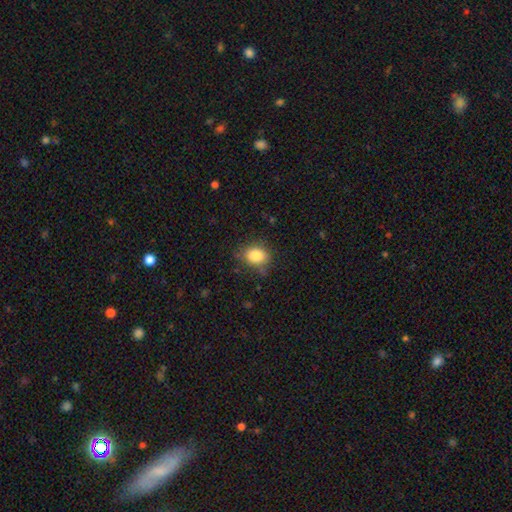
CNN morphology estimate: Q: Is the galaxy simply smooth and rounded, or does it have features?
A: smooth — 84%.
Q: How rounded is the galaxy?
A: in between — 62%.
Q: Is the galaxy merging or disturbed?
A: none — 69%.